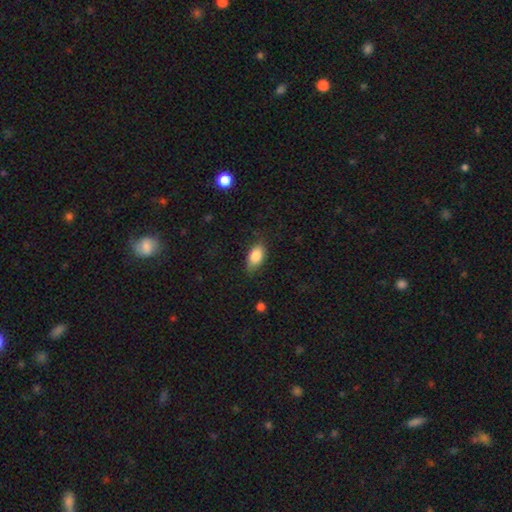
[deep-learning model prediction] smooth-or-featured: smooth: 84% | featured or disk: 9% | star or artifact: 7%
  how-rounded: in between: 90% | round: 6% | cigar-shaped: 4%
  merging: none: 74% | minor disturbance: 20% | major disturbance: 5% | merger: 1%